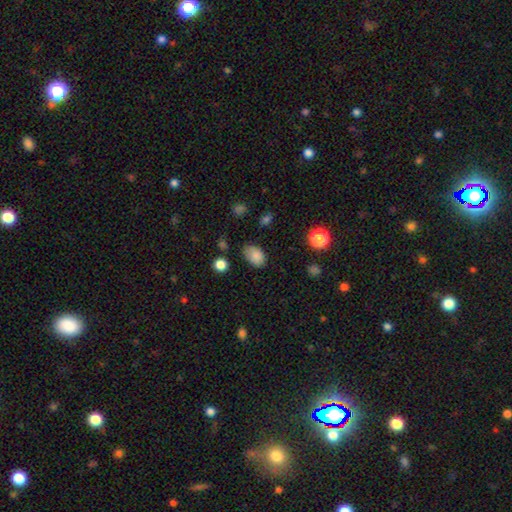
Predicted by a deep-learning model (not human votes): Q: Smooth or featured?
A: smooth (84%); runner-up: star or artifact (10%)
Q: How rounded?
A: in between (85%); runner-up: round (14%)
Q: Merging?
A: none (66%); runner-up: minor disturbance (26%)